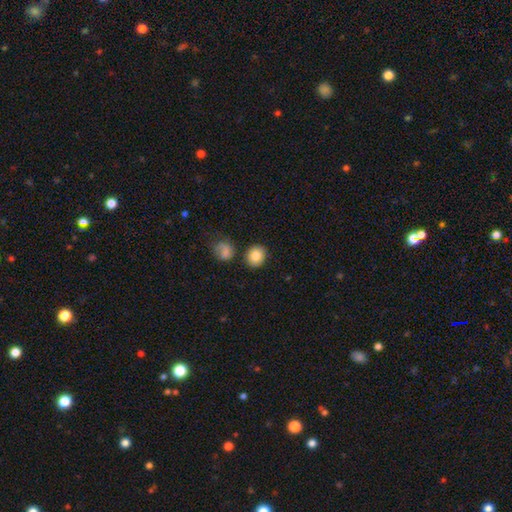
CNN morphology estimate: A smooth galaxy with no disk features (84%) that is round (76%).

Vote fractions:
- Smooth or featured? smooth: 84% / star or artifact: 9% / featured or disk: 7%
- How rounded? round: 76% / in between: 23% / cigar-shaped: 1%
- Merging? none: 83% / minor disturbance: 9% / merger: 5% / major disturbance: 3%